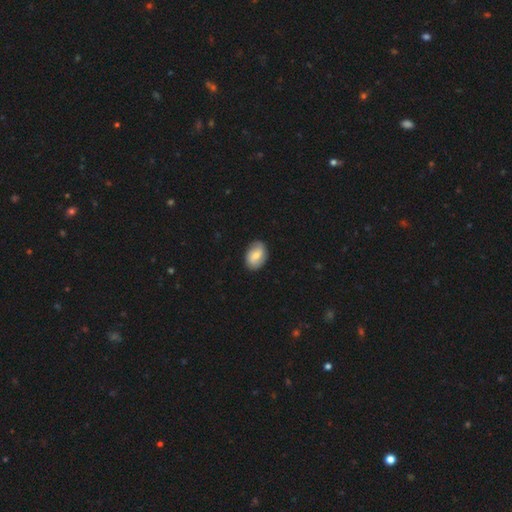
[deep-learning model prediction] Smooth or featured? smooth (58%)
How rounded? in between (81%)
Merging? none (83%)